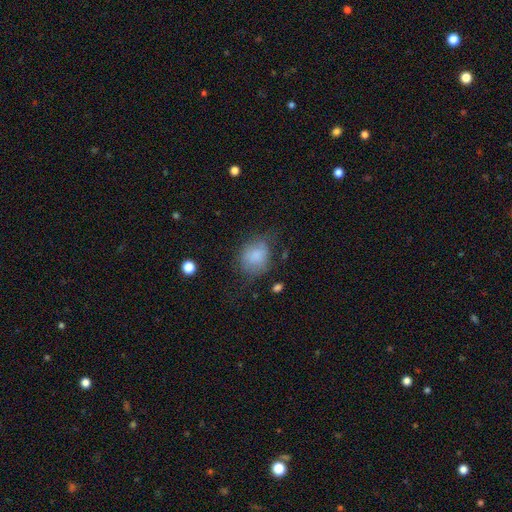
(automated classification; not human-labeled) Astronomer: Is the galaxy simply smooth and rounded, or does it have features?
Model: smooth — 76%.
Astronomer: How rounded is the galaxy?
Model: round — 59% (runner-up: in between, 40%).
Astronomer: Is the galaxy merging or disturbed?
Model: none — 48% (runner-up: minor disturbance, 30%).